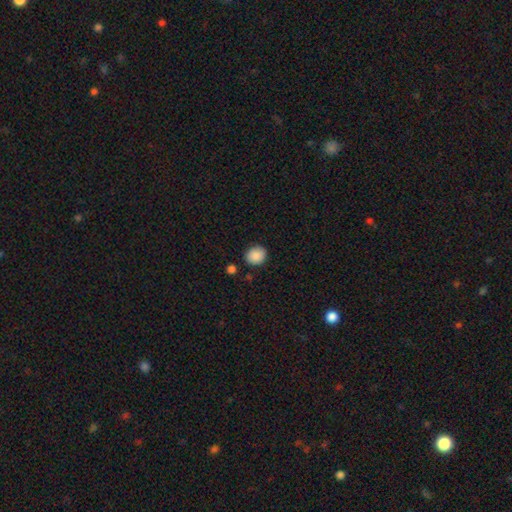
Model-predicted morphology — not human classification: A smooth galaxy with no disk features (89%) that is round (70%).

Vote fractions:
- Smooth or featured? smooth: 89% / star or artifact: 8% / featured or disk: 3%
- How rounded? round: 70% / in between: 29% / cigar-shaped: 1%
- Merging? none: 86% / minor disturbance: 9% / merger: 3% / major disturbance: 2%